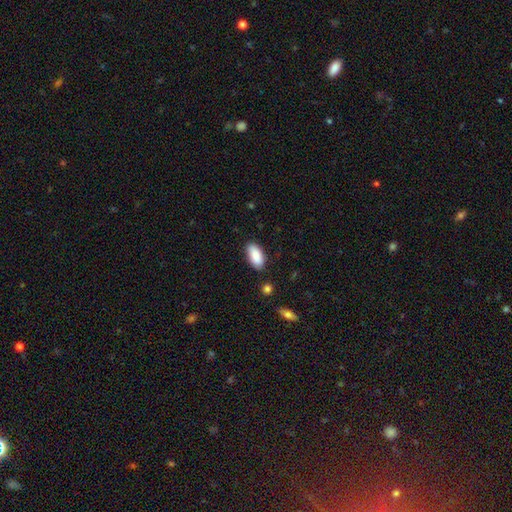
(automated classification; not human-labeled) Overall: smooth (88%). How rounded: in between (92%). Merging: none (84%).